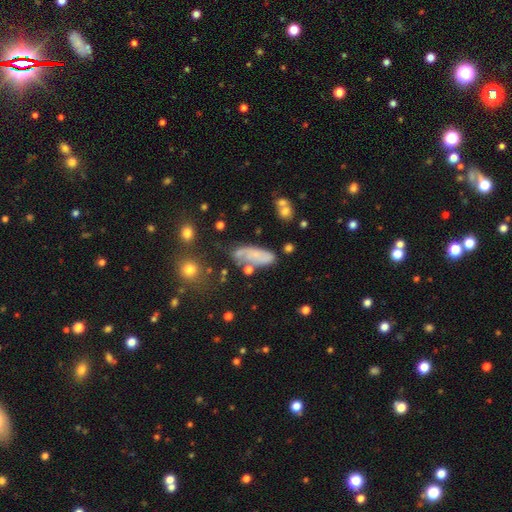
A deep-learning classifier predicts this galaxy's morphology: Smooth or featured? Predicted: smooth (p=0.54). How rounded? Predicted: in between (p=0.73). Merging? Predicted: none (p=0.49).